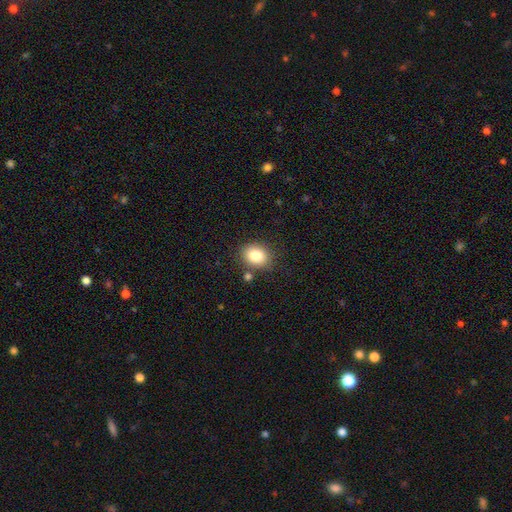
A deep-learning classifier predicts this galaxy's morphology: smooth-or-featured: smooth: 83% | star or artifact: 10% | featured or disk: 7%
  how-rounded: round: 53% | in between: 47% | cigar-shaped: 1%
  merging: none: 78% | minor disturbance: 12% | merger: 6% | major disturbance: 4%